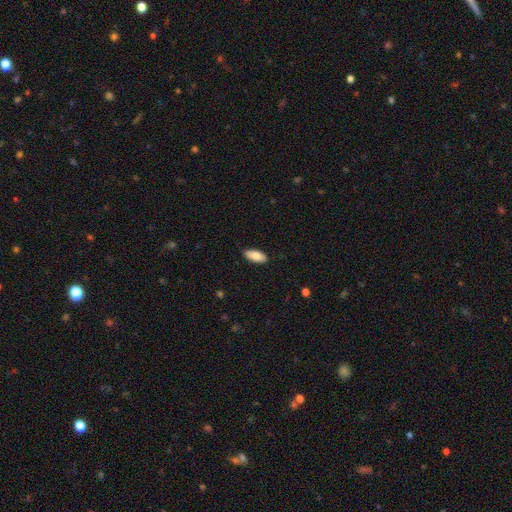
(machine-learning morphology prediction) smooth-or-featured: smooth: 82% | featured or disk: 12% | star or artifact: 6%
  how-rounded: in between: 86% | cigar-shaped: 12% | round: 2%
  merging: none: 88% | minor disturbance: 10% | major disturbance: 2% | merger: 1%